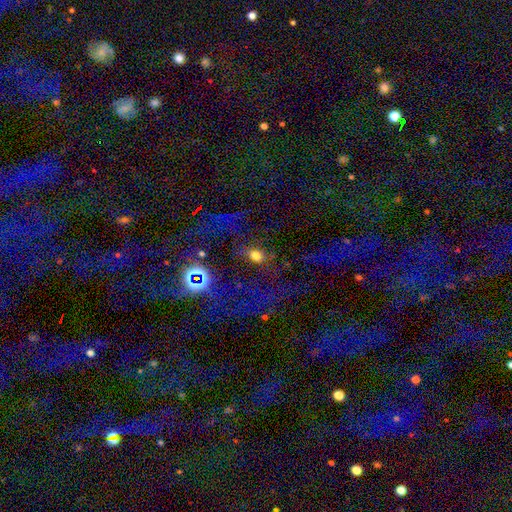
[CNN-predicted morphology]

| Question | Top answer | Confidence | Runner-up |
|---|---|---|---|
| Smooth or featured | smooth | 61% | star or artifact (27%) |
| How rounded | in between | 57% | round (38%) |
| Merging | none | 67% | minor disturbance (15%) |